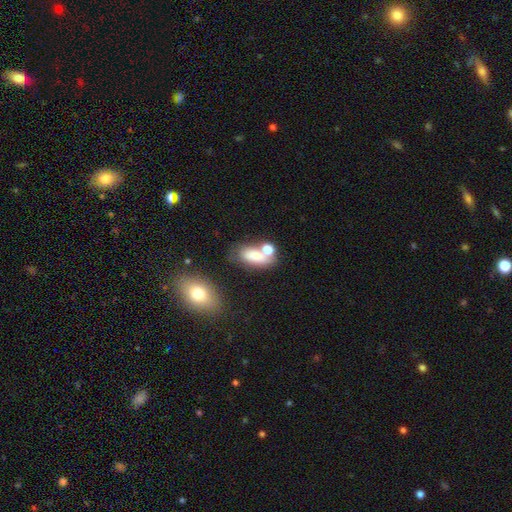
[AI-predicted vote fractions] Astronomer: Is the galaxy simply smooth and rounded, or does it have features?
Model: smooth — 74%.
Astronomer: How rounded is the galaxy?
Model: in between — 81%.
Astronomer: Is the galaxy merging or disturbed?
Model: none — 42% (runner-up: merger, 33%).